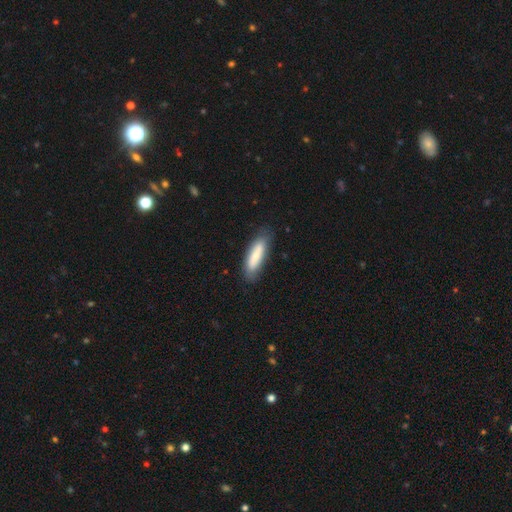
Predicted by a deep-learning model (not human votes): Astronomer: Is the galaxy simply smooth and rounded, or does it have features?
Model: smooth — 78%.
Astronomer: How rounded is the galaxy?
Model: cigar-shaped — 56% (runner-up: in between, 43%).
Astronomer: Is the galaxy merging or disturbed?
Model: none — 78%.